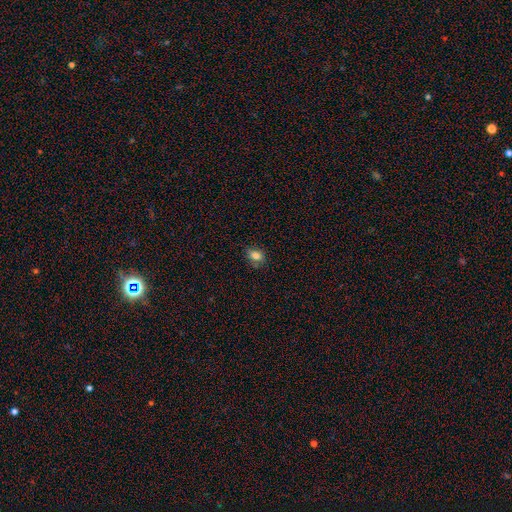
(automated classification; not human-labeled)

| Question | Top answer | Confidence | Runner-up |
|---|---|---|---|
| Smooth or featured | smooth | 80% | star or artifact (12%) |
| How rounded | in between | 72% | round (25%) |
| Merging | none | 73% | minor disturbance (19%) |